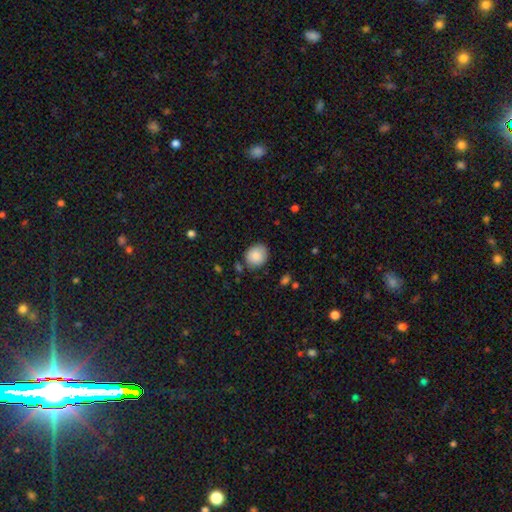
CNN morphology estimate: smooth 87%, star or artifact 7%, featured or disk 5%. Down the decision tree: how rounded — round (68%); merging — none (79%).